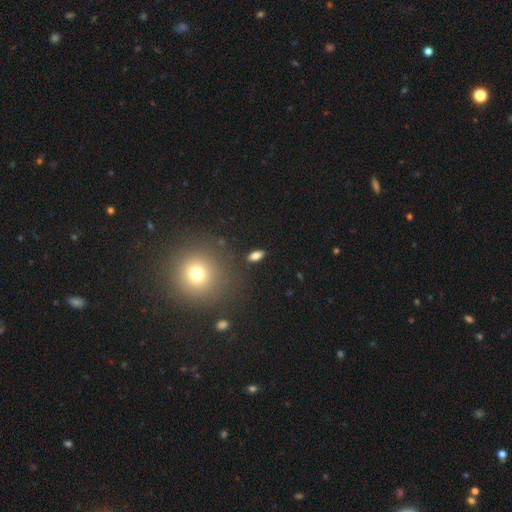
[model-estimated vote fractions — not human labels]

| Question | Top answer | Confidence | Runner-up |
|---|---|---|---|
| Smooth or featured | smooth | 80% | star or artifact (12%) |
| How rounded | in between | 84% | cigar-shaped (9%) |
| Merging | none | 87% | minor disturbance (8%) |